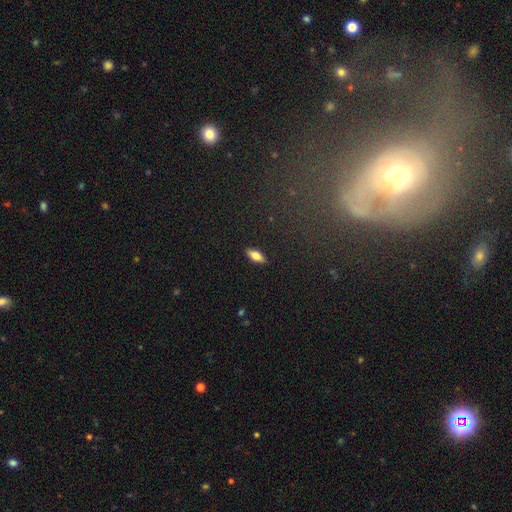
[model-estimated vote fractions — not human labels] Q: Smooth or featured?
A: smooth (74%); runner-up: featured or disk (18%)
Q: How rounded?
A: in between (76%); runner-up: cigar-shaped (21%)
Q: Merging?
A: none (89%); runner-up: minor disturbance (8%)